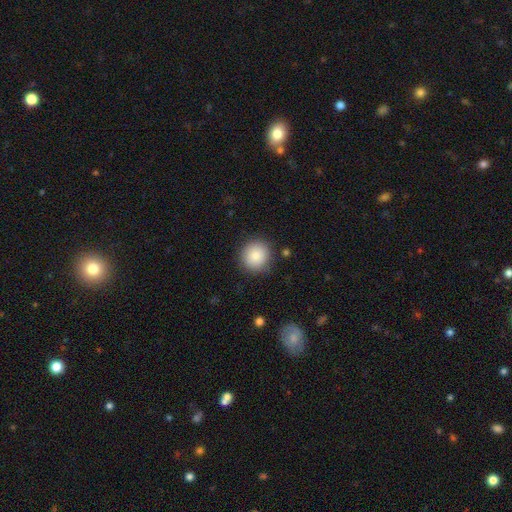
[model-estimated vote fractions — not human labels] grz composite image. It shows a smooth galaxy with no disk features (86%) that is round (93%). Merging: none (88%).